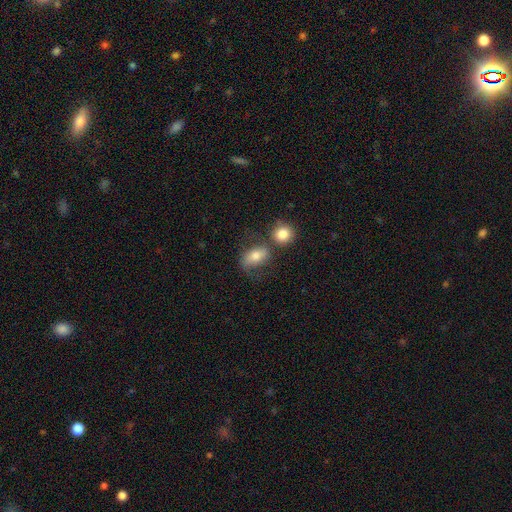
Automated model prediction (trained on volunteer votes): Smooth or featured?
  - smooth: 70% *
  - featured or disk: 21%
  - star or artifact: 9%
How rounded?
  - in between: 78% *
  - round: 18%
  - cigar-shaped: 5%
Merging?
  - none: 42% *
  - merger: 28%
  - minor disturbance: 19%
  - major disturbance: 12%